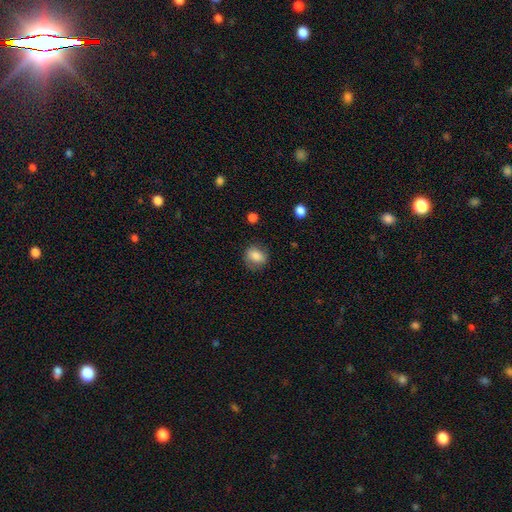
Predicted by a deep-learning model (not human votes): Morphology: type=smooth (81%); roundness=round (51%); merging=none (76%).